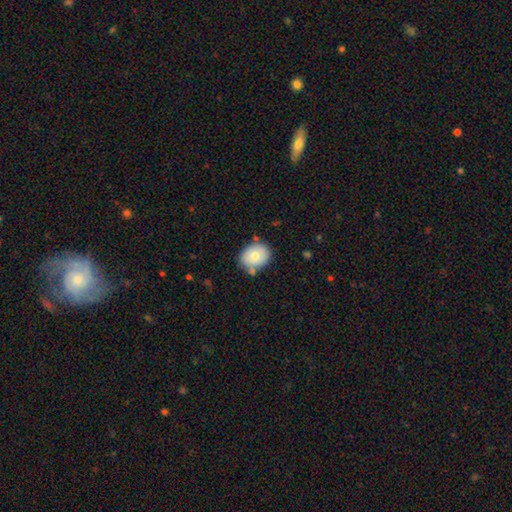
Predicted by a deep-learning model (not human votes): smooth-or-featured: smooth: 78% | featured or disk: 15% | star or artifact: 8%
  how-rounded: in between: 59% | round: 40% | cigar-shaped: 1%
  merging: none: 72% | minor disturbance: 16% | merger: 8% | major disturbance: 3%